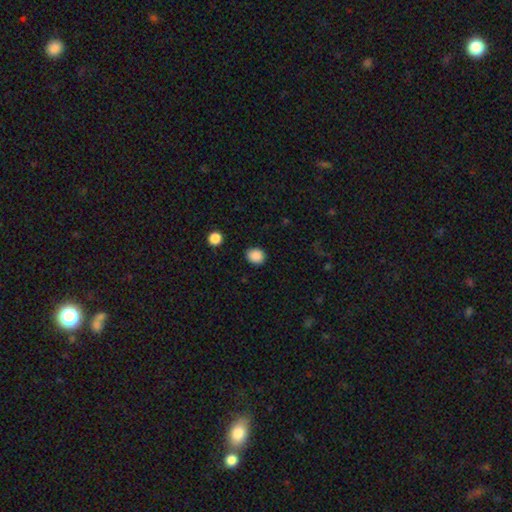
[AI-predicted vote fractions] Smooth or featured? Predicted: smooth (p=0.88). How rounded? Predicted: round (p=0.68). Merging? Predicted: none (p=0.88).